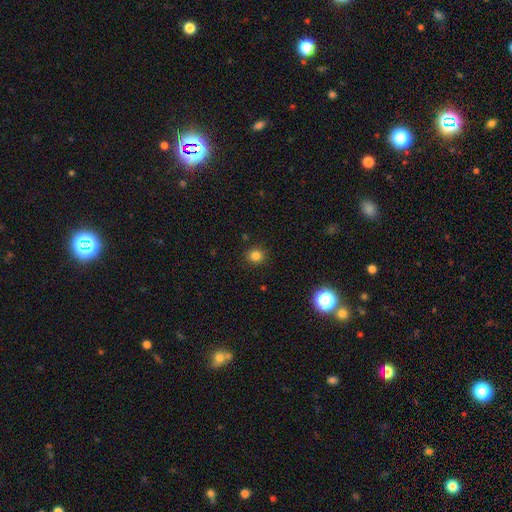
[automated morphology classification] smooth-or-featured: smooth: 82% | star or artifact: 13% | featured or disk: 5%
  how-rounded: round: 88% | in between: 11% | cigar-shaped: 1%
  merging: none: 90% | minor disturbance: 7% | major disturbance: 2% | merger: 1%